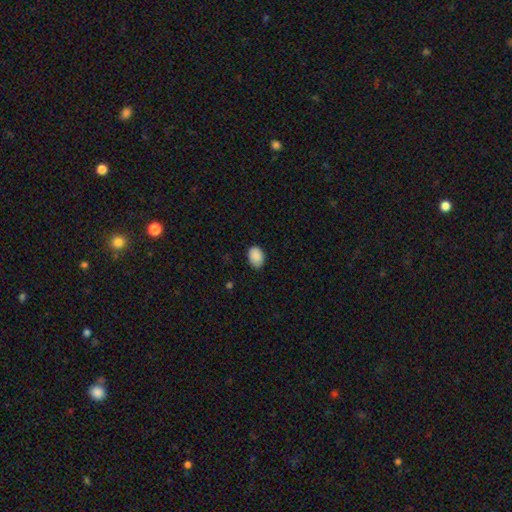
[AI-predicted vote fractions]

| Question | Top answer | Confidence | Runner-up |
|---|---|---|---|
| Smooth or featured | smooth | 89% | star or artifact (8%) |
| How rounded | in between | 75% | round (24%) |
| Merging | none | 82% | minor disturbance (14%) |